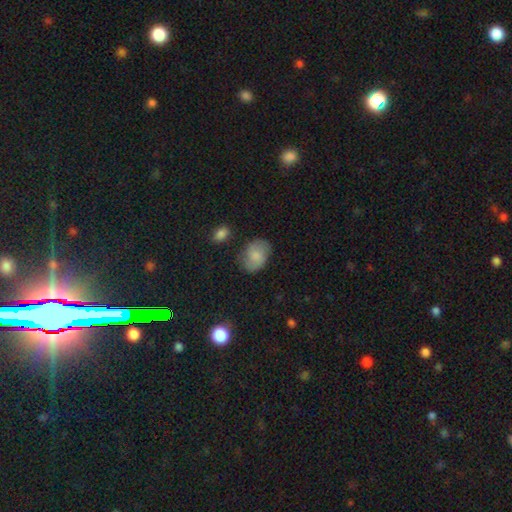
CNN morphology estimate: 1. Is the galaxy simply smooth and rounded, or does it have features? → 66% smooth, 26% featured or disk, 8% star or artifact.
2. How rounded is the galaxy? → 77% in between, 22% round, 1% cigar-shaped.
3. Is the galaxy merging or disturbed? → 71% none, 20% minor disturbance, 6% major disturbance, 3% merger.